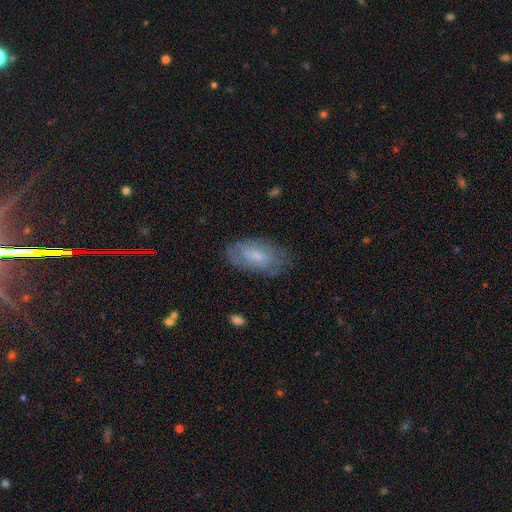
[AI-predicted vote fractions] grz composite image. It shows a smooth galaxy with no disk features (53%) that is in between round and cigar-shaped (92%). Merging: none (72%).